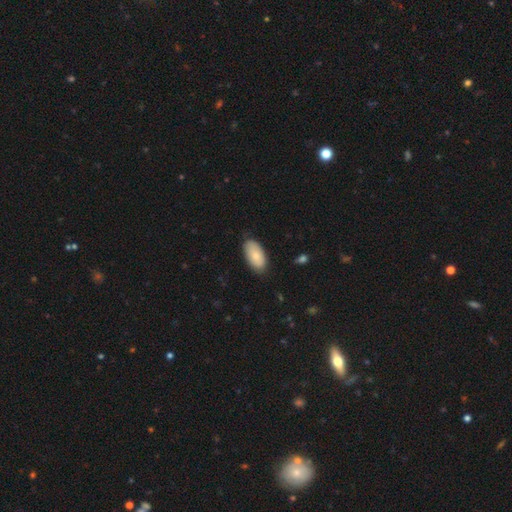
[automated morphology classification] This appears to be a smooth galaxy with no disk features (80%) that is in between round and cigar-shaped (95%). Merging: none (81%).